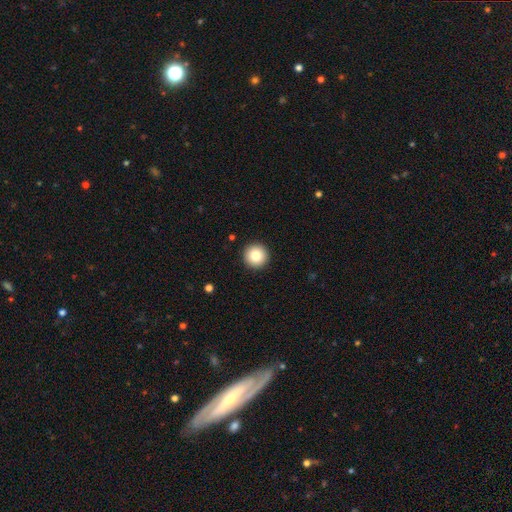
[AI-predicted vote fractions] Smooth or featured?
  - smooth: 83% *
  - star or artifact: 9%
  - featured or disk: 8%
How rounded?
  - round: 97% *
  - in between: 2%
  - cigar-shaped: 1%
Merging?
  - none: 93% *
  - minor disturbance: 4%
  - major disturbance: 1%
  - merger: 1%